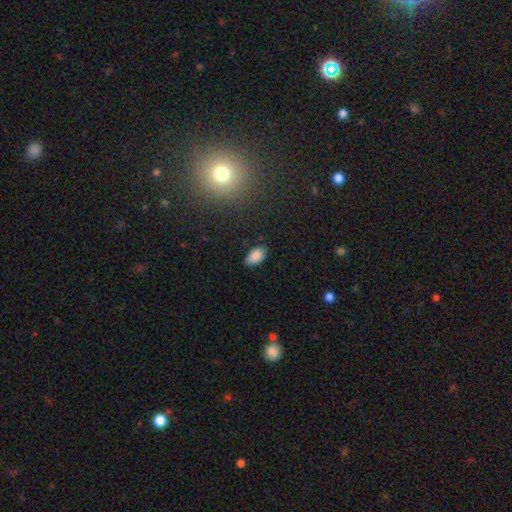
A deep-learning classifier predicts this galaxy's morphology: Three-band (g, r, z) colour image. It shows a smooth galaxy with no disk features (87%) that is in between round and cigar-shaped (94%). Merging: none (79%).